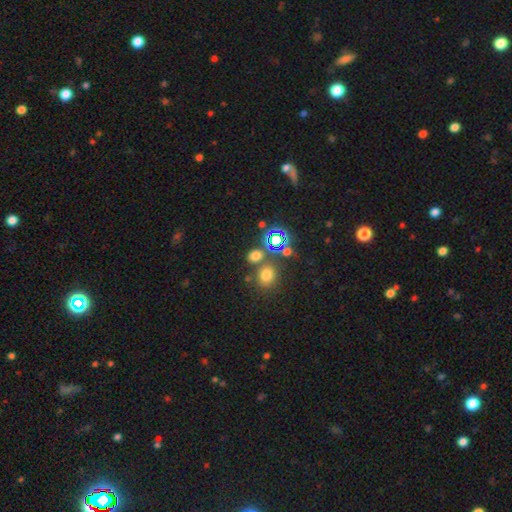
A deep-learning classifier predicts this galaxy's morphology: Smooth or featured: smooth — 63% (star or artifact — 30%)
How rounded: in between — 49% (tied with round — 49%)
Merging: none — 66% (merger — 21%)